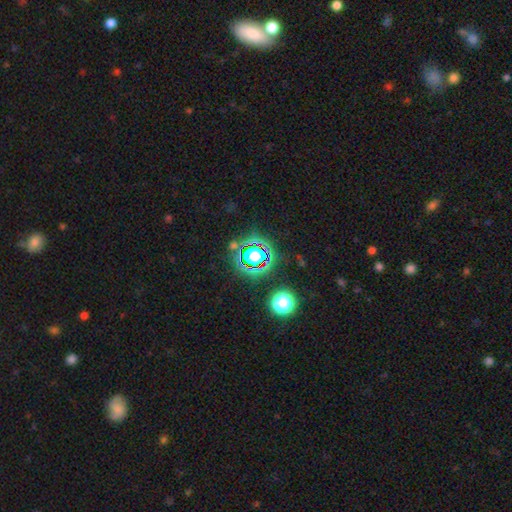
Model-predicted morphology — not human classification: The model was most divided on "smooth or featured": star or artifact: 67%, smooth: 22%, featured or disk: 11%.